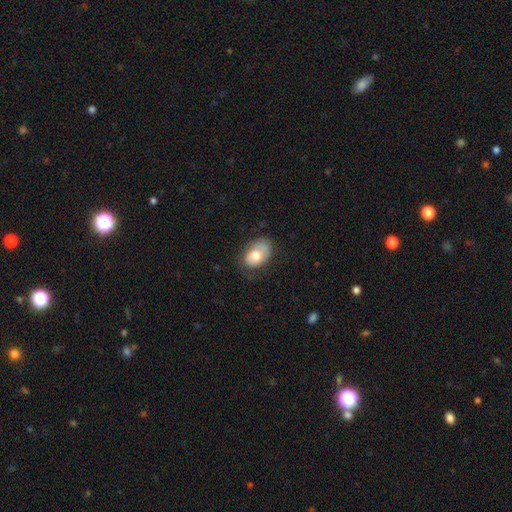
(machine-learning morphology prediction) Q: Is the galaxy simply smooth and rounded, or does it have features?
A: smooth — 70%.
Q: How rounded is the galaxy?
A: in between — 83%.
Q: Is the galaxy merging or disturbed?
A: none — 56%.